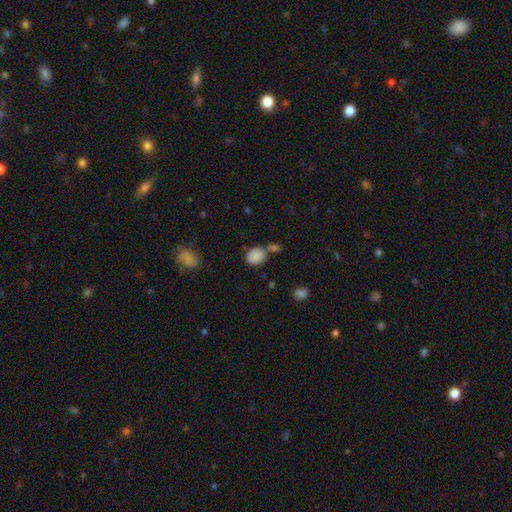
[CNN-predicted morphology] smooth 85%, star or artifact 9%, featured or disk 6%. Down the decision tree: how rounded — round (58%); merging — none (60%).